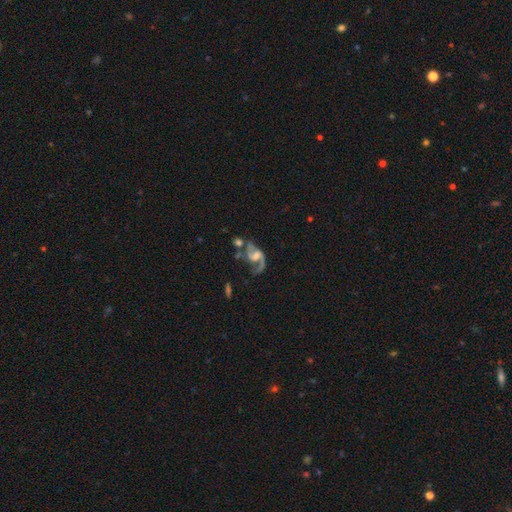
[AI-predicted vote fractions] A featured or disk galaxy (86%) with a weak bar (47%), 2 (82%) loose (49%) spiral arms (95%) and a moderate central bulge (38%).

Vote fractions:
- Smooth or featured? featured or disk: 86% / smooth: 8% / star or artifact: 6%
- Edge-on disk? no: 98% / yes: 2%
- Bar? weak: 47% / no: 37% / strong: 16%
- Spiral arms? yes: 95% / no: 5%
- Spiral winding? loose: 49% / medium: 42% / tight: 9%
- Spiral arm count? 2: 82% / 1: 11% / can't tell: 3% / 3: 2% / 4: 1% / more than 4: 1%
- Bulge size? moderate: 38% / small: 32% / none: 18% / large: 9% / dominant: 2%
- Merging? none: 41% / major disturbance: 22% / merger: 19% / minor disturbance: 18%